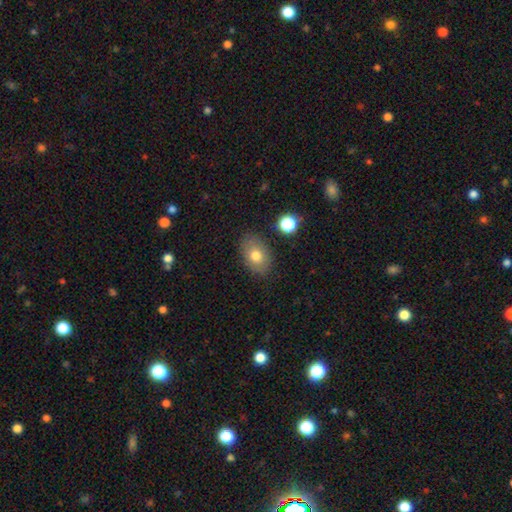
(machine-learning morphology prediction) Smooth or featured: smooth — 74% (featured or disk — 16%)
How rounded: in between — 77% (round — 22%)
Merging: none — 83% (minor disturbance — 12%)